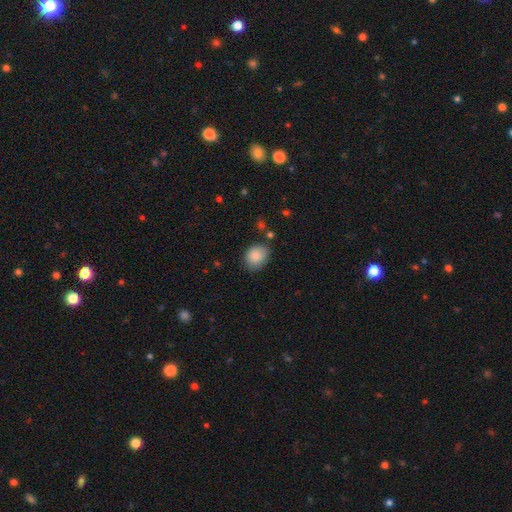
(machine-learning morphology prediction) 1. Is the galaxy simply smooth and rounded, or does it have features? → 87% smooth, 8% star or artifact, 6% featured or disk.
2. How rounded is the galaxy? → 51% in between, 48% round, 1% cigar-shaped.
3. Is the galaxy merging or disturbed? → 76% none, 17% minor disturbance, 4% major disturbance, 3% merger.